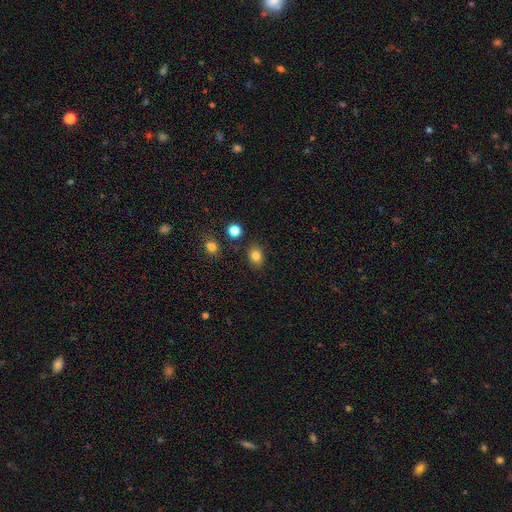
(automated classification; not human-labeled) A smooth galaxy with no disk features (82%) that is in between round and cigar-shaped (53%). Merging: none (85%).